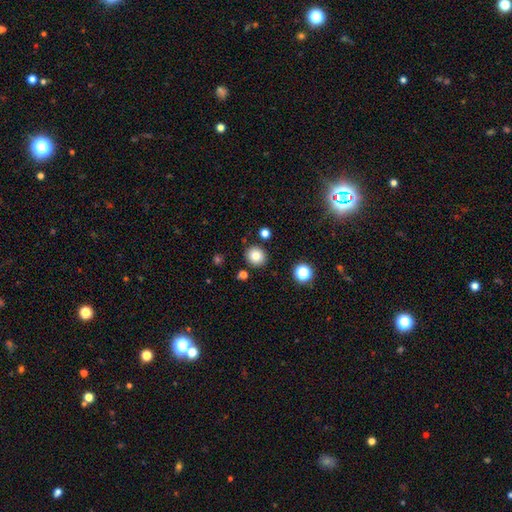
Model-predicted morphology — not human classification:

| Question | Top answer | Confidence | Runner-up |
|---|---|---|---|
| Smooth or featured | smooth | 81% | star or artifact (12%) |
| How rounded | round | 89% | in between (10%) |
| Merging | none | 87% | minor disturbance (7%) |